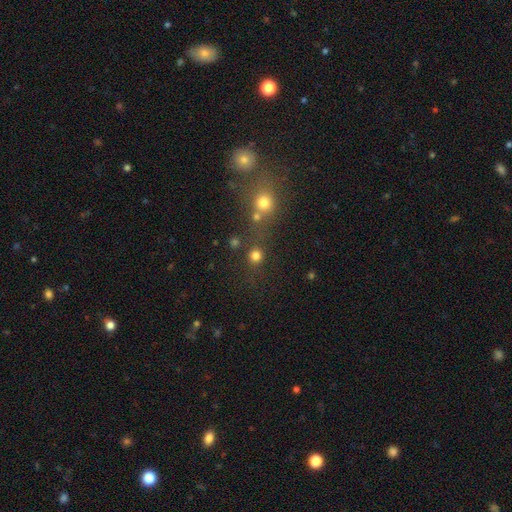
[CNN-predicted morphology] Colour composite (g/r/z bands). It shows a smooth galaxy with no disk features (77%) that is round (92%). Merging: none (73%).